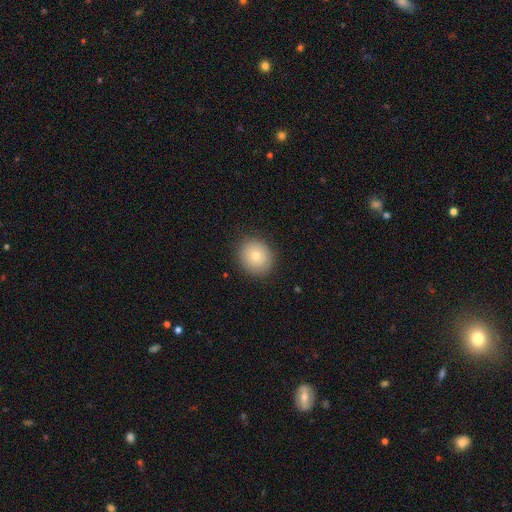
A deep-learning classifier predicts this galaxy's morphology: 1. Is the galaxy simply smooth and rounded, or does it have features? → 75% smooth, 14% featured or disk, 11% star or artifact.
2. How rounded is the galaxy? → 79% round, 20% in between, 1% cigar-shaped.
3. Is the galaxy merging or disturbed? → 88% none, 8% minor disturbance, 3% major disturbance, 1% merger.